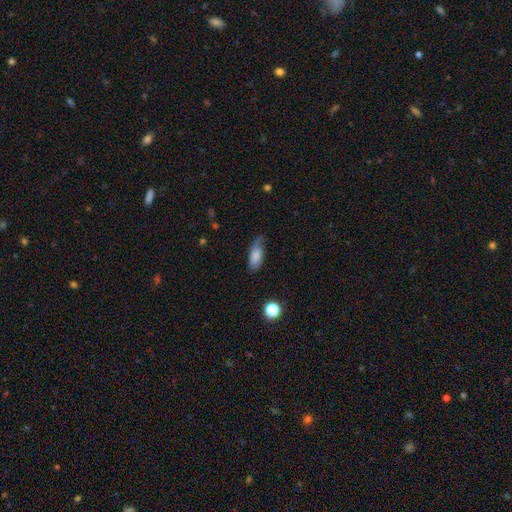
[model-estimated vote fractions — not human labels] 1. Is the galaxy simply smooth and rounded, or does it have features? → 78% smooth, 14% featured or disk, 8% star or artifact.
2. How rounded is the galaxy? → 78% in between, 19% cigar-shaped, 3% round.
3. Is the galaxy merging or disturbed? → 61% none, 29% minor disturbance, 8% major disturbance, 2% merger.